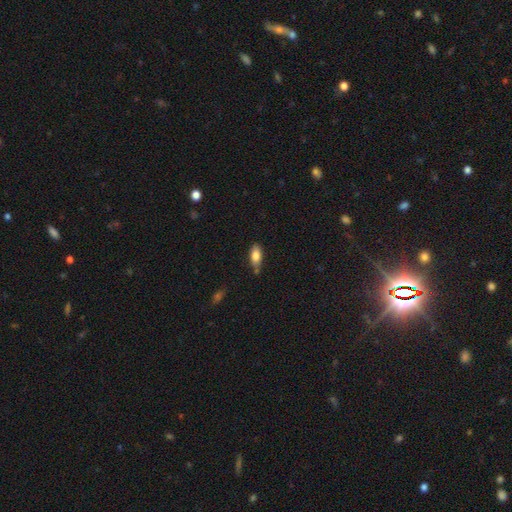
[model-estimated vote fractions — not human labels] Smooth or featured? Predicted: smooth (p=0.79). How rounded? Predicted: in between (p=0.84). Merging? Predicted: none (p=0.66).